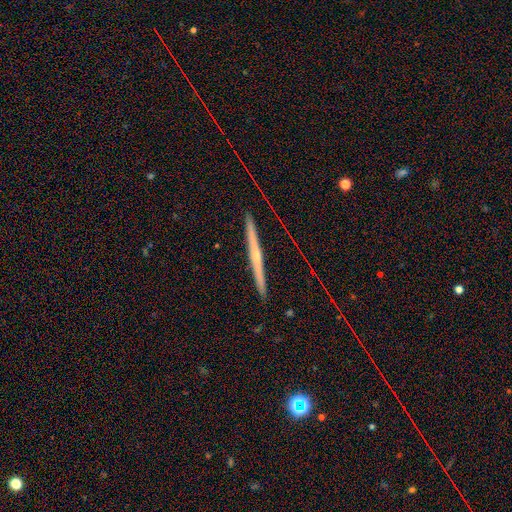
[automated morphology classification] Smooth or featured: featured or disk — 73% (smooth — 21%)
Edge-on disk: yes — 98% (no — 2%)
Edge-on bulge: rounded — 60% (none — 35%)
Merging: none — 87% (minor disturbance — 10%)